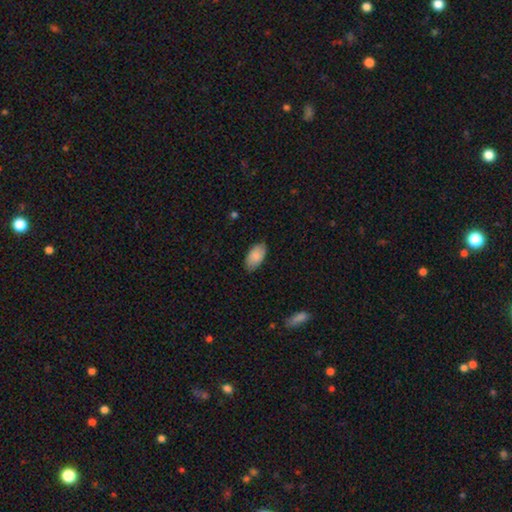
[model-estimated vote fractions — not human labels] Smooth or featured: smooth — 88% (featured or disk — 6%)
How rounded: in between — 95% (round — 3%)
Merging: none — 82% (minor disturbance — 15%)